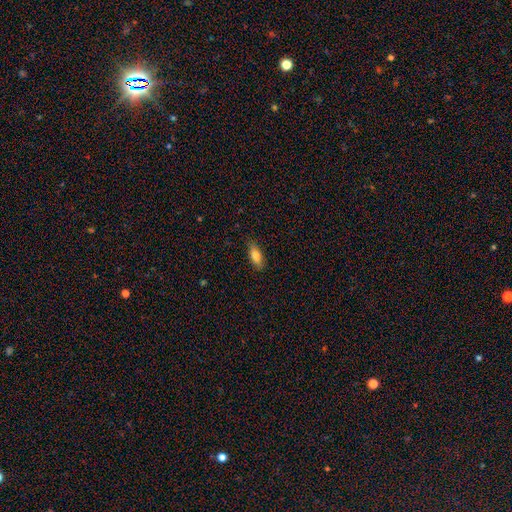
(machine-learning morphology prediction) A smooth galaxy with no disk features (79%) that is in between round and cigar-shaped (76%).

Vote fractions:
- Smooth or featured? smooth: 79% / featured or disk: 15% / star or artifact: 7%
- How rounded? in between: 76% / cigar-shaped: 21% / round: 3%
- Merging? none: 84% / minor disturbance: 12% / major disturbance: 2% / merger: 1%